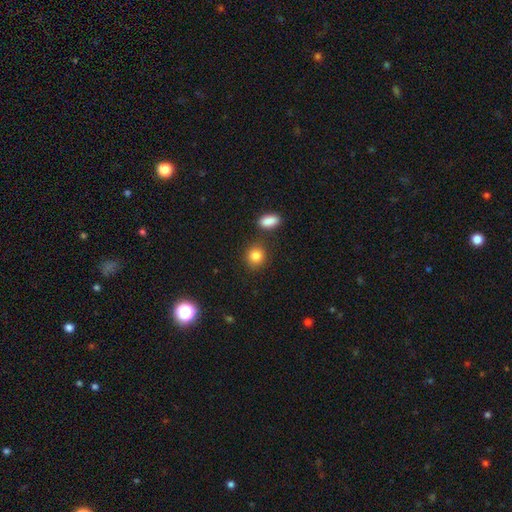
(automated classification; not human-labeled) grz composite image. It shows a smooth galaxy with no disk features (85%) that is round (78%). Merging: none (81%).